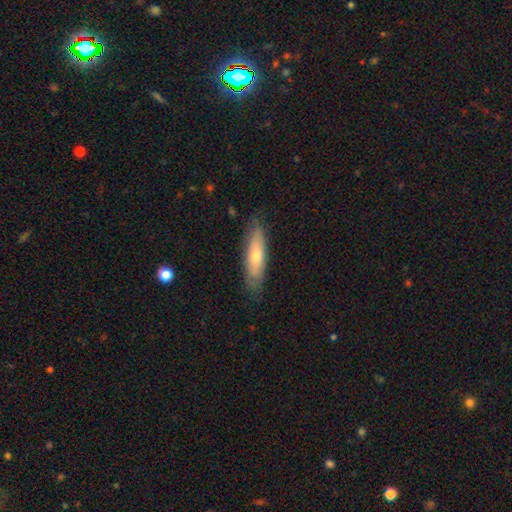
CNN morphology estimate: A smooth galaxy with no disk features (60%) that is cigar-shaped (65%). Merging: none (82%).